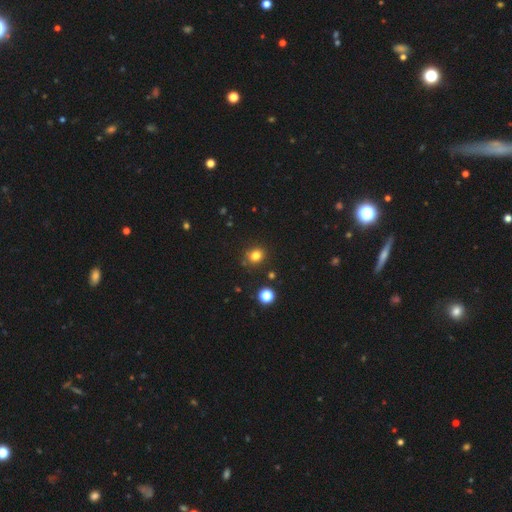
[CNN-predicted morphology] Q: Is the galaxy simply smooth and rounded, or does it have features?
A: smooth — 79%.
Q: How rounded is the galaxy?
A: round — 73%.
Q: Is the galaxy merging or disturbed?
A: none — 83%.